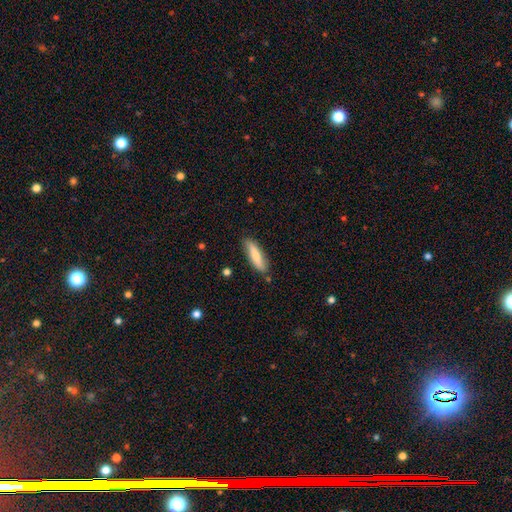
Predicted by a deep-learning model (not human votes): Smooth or featured: smooth — 72% (featured or disk — 22%)
How rounded: cigar-shaped — 68% (in between — 30%)
Merging: none — 82% (minor disturbance — 13%)